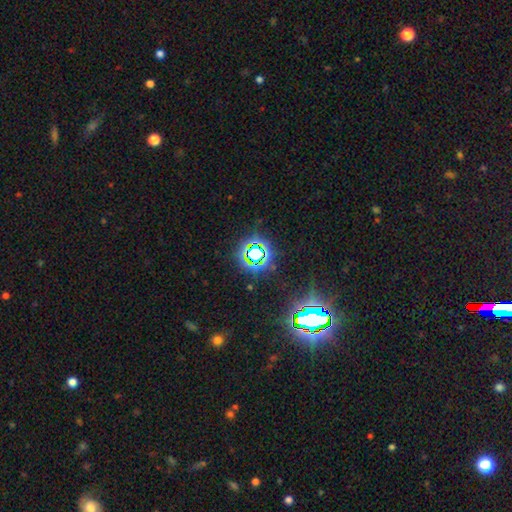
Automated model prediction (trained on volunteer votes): Q: Smooth or featured?
A: star or artifact (75%); runner-up: smooth (15%)